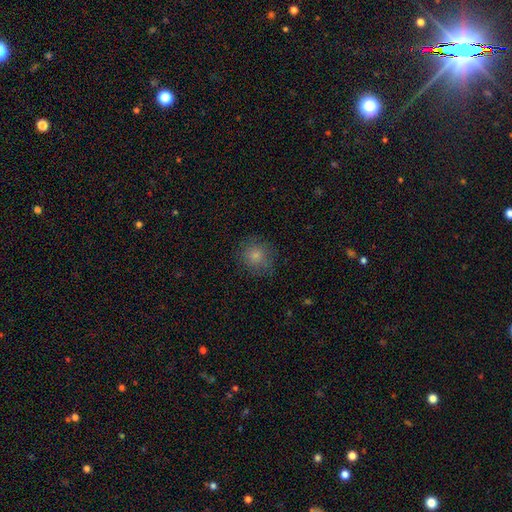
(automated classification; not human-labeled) Morphology: type=smooth (81%); roundness=round (86%); merging=none (77%).